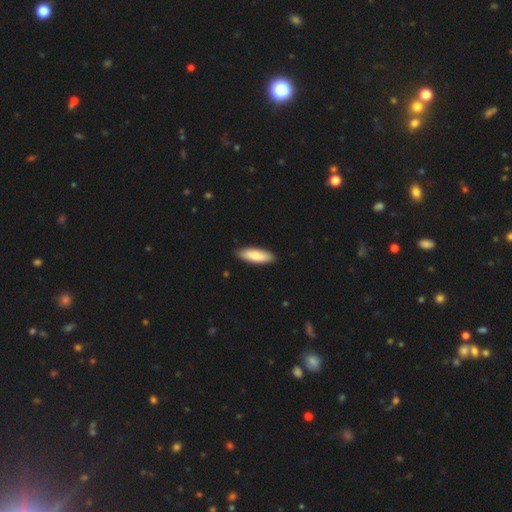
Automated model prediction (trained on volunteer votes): A smooth galaxy with no disk features (77%) that is in between round and cigar-shaped (54%).

Vote fractions:
- Smooth or featured? smooth: 77% / featured or disk: 18% / star or artifact: 5%
- How rounded? in between: 54% / cigar-shaped: 44% / round: 2%
- Merging? none: 90% / minor disturbance: 8% / major disturbance: 1% / merger: 1%